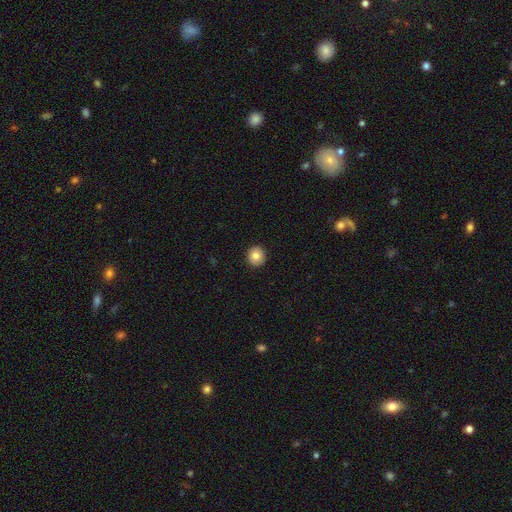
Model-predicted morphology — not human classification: Overall: smooth (82%). How rounded: round (92%). Merging: none (92%).